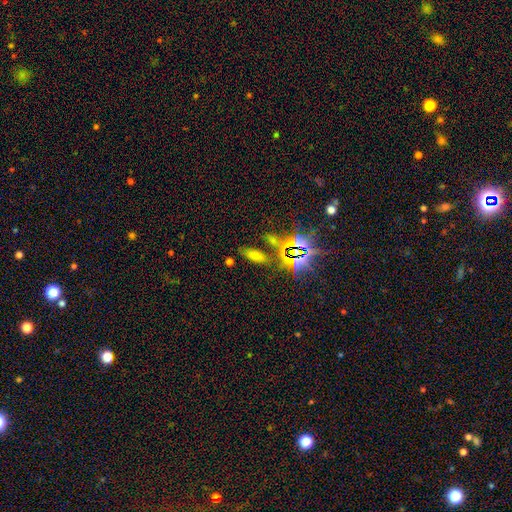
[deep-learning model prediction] Smooth or featured? smooth (58%)
How rounded? in between (70%)
Merging? none (77%)